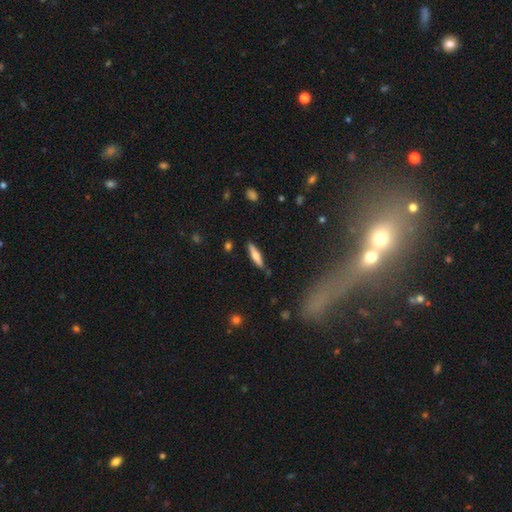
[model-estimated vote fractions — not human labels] The model was most divided on "smooth or featured": smooth: 55%, featured or disk: 38%, star or artifact: 7%. More confident: merging — none (85%); how rounded — cigar-shaped (81%).